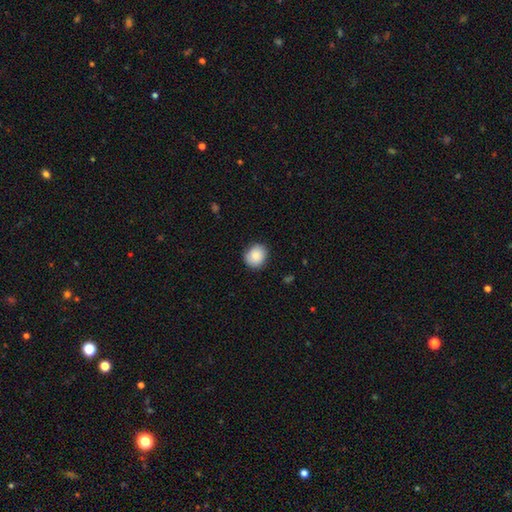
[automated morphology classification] A smooth galaxy with no disk features (85%) that is round (76%). Merging: none (84%).